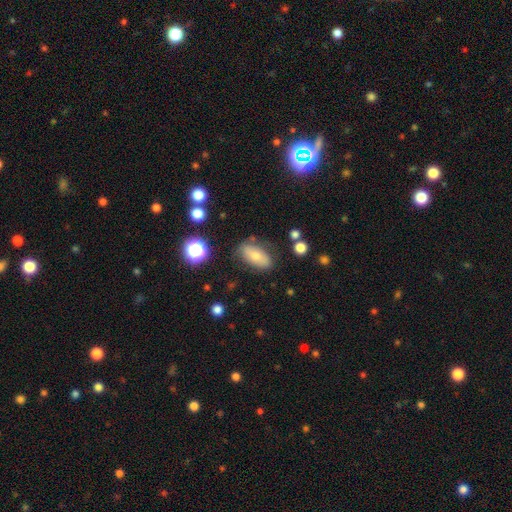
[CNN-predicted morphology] type=smooth (66%); roundness=in between (87%); merging=none (74%).